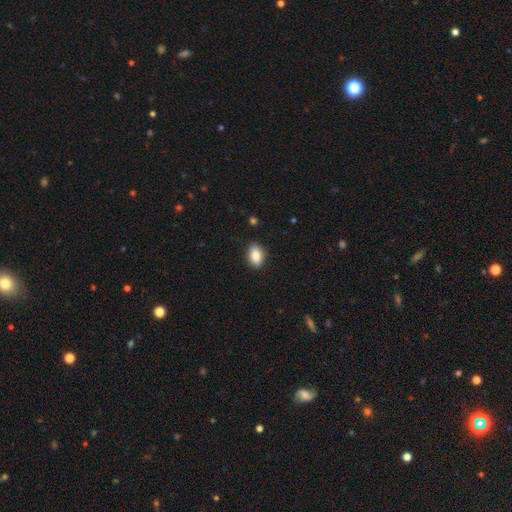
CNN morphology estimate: This is clearly a smooth galaxy (87%). How rounded: clearly in between (87%). Merging: clearly none (89%).